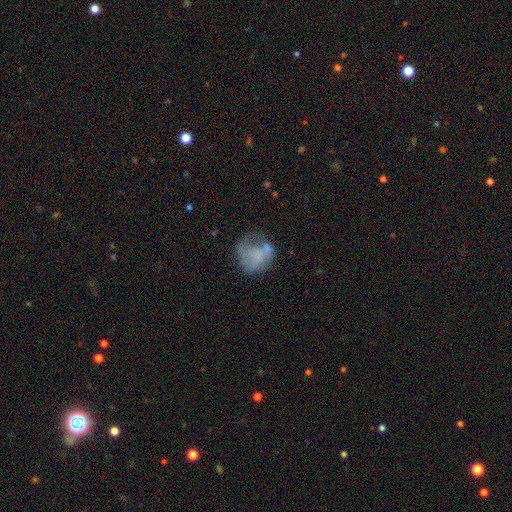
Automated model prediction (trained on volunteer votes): Smooth or featured? smooth (52%)
How rounded? round (73%)
Merging? none (43%)